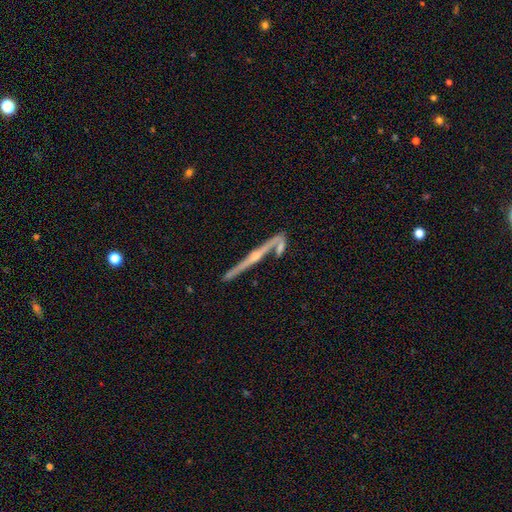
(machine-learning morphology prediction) featured or disk 82%, smooth 12%, star or artifact 6%. Down the decision tree: edge-on disk — yes (94%); edge-on bulge — rounded (79%); merging — none (64%).